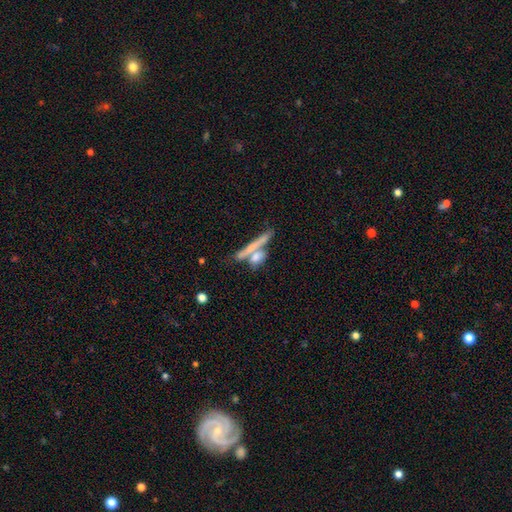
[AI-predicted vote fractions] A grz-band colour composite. It shows a smooth galaxy with no disk features (63%) that is cigar-shaped (67%). Merging: none (47%).